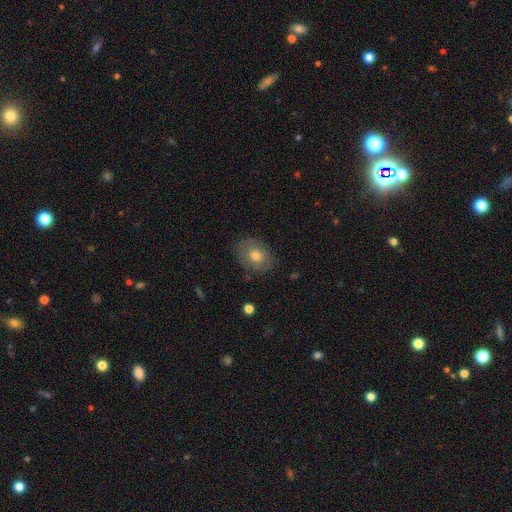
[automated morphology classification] Smooth or featured? Predicted: smooth (p=0.70). How rounded? Predicted: in between (p=0.56). Merging? Predicted: none (p=0.80).